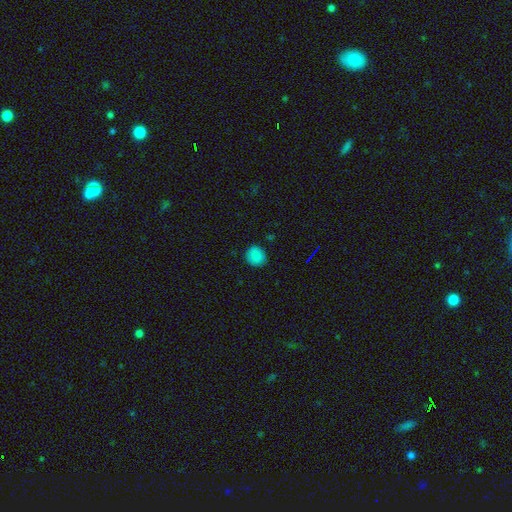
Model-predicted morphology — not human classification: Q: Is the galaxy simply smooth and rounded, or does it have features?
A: smooth — 84%.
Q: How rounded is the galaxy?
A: round — 86%.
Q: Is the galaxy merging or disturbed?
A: none — 88%.